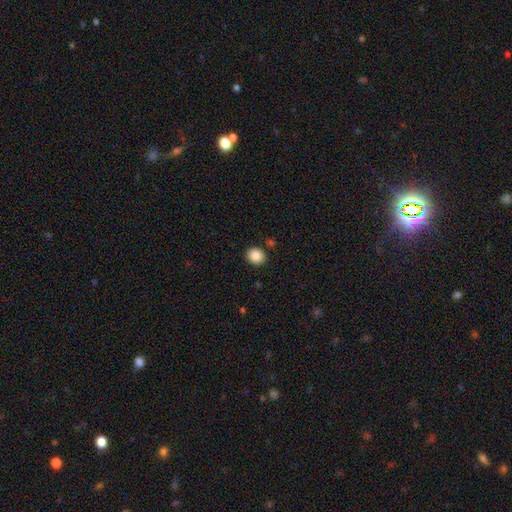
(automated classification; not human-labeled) Smooth or featured: smooth — 87% (star or artifact — 9%)
How rounded: round — 77% (in between — 22%)
Merging: none — 88% (minor disturbance — 7%)